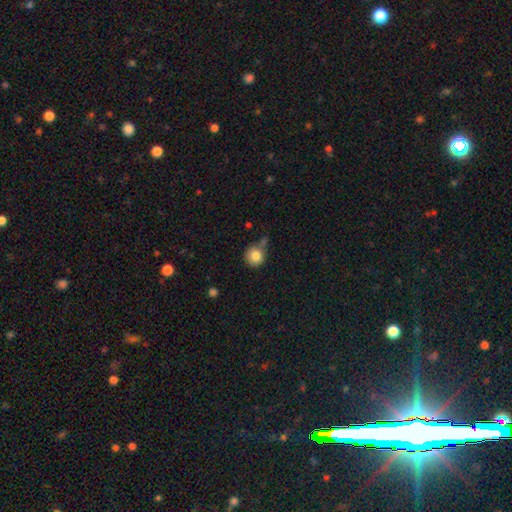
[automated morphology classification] type=smooth (83%); roundness=round (90%); merging=none (60%).